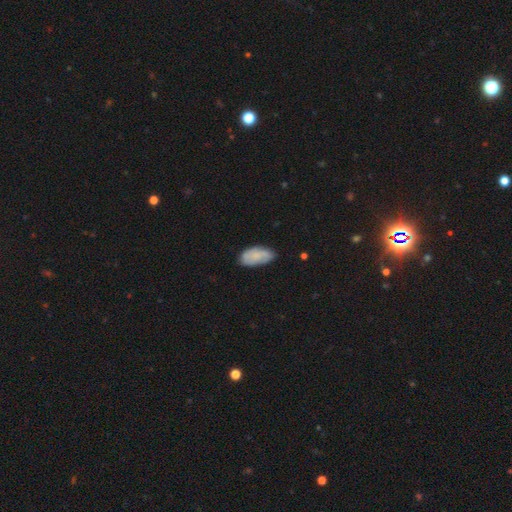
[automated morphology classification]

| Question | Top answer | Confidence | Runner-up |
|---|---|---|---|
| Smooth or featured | smooth | 72% | featured or disk (21%) |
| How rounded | in between | 93% | cigar-shaped (4%) |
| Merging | none | 69% | minor disturbance (25%) |